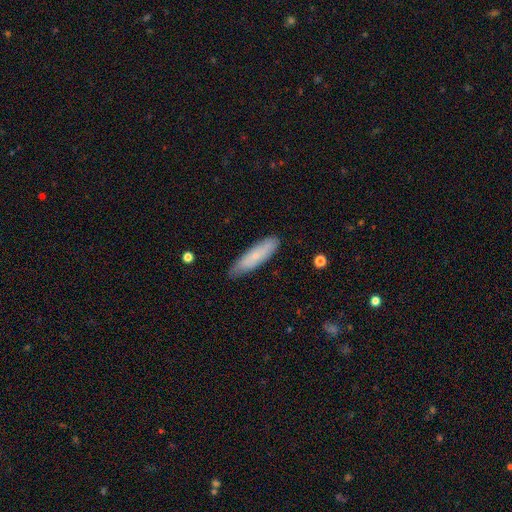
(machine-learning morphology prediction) Smooth or featured? smooth (72%)
How rounded? cigar-shaped (71%)
Merging? none (79%)